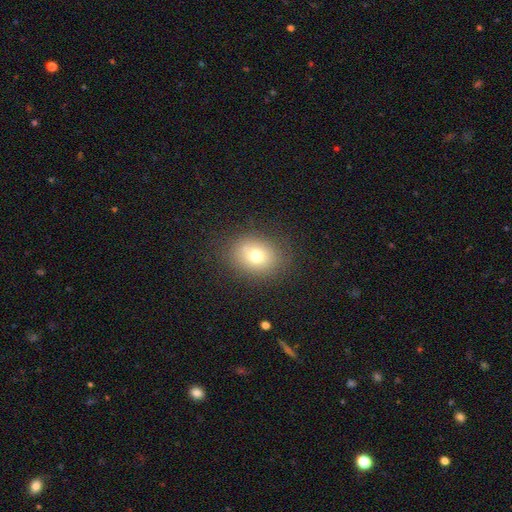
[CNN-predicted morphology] This appears to be a smooth galaxy with no disk features (73%) that is in between round and cigar-shaped (55%). Merging: none (82%).